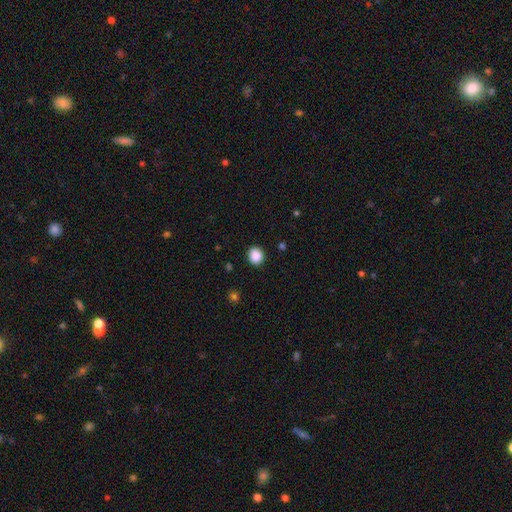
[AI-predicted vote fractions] Smooth or featured? smooth (88%)
How rounded? round (81%)
Merging? none (90%)